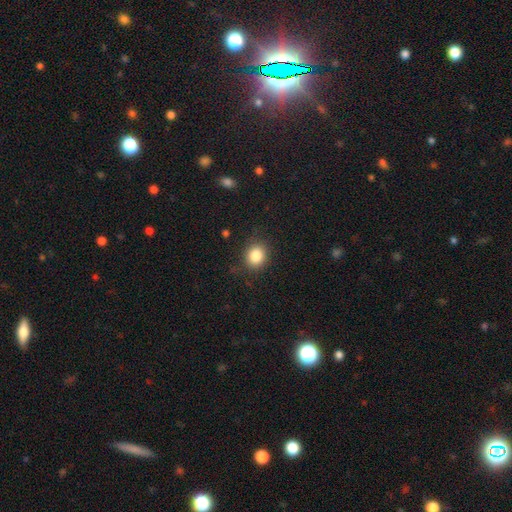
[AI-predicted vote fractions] Smooth or featured? smooth (84%)
How rounded? round (68%)
Merging? none (84%)